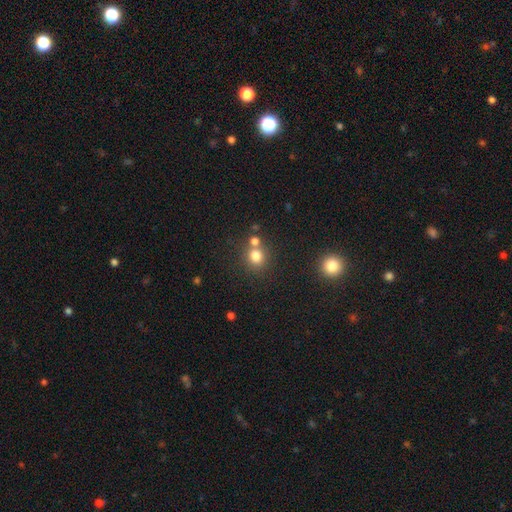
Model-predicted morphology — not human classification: A smooth galaxy with no disk features (78%) that is round (85%).

Vote fractions:
- Smooth or featured? smooth: 78% / star or artifact: 14% / featured or disk: 8%
- How rounded? round: 85% / in between: 14% / cigar-shaped: 1%
- Merging? none: 62% / merger: 26% / minor disturbance: 9% / major disturbance: 3%